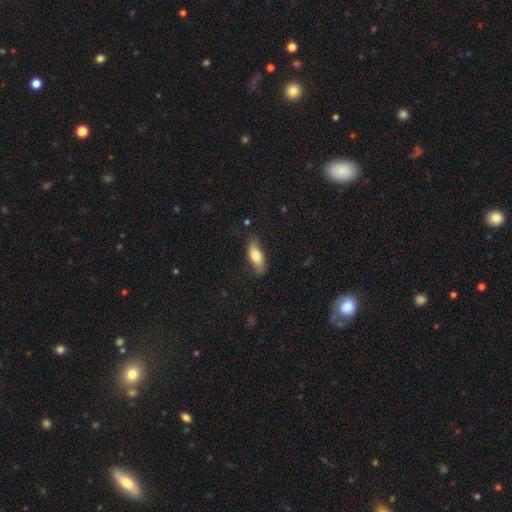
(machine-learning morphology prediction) Overall: smooth (76%). How rounded: in between (73%). Merging: none (79%).